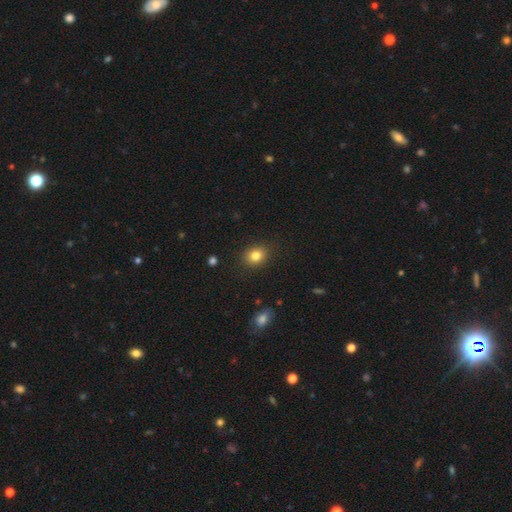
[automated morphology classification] Overall: smooth (83%). How rounded: round (55%; in between 44%). Merging: none (88%).